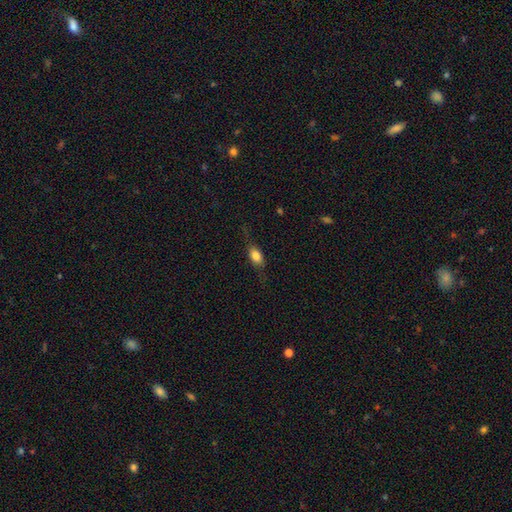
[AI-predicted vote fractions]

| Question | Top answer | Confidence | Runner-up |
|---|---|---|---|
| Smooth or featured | smooth | 74% | featured or disk (18%) |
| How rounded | in between | 80% | cigar-shaped (10%) |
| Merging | none | 69% | minor disturbance (20%) |